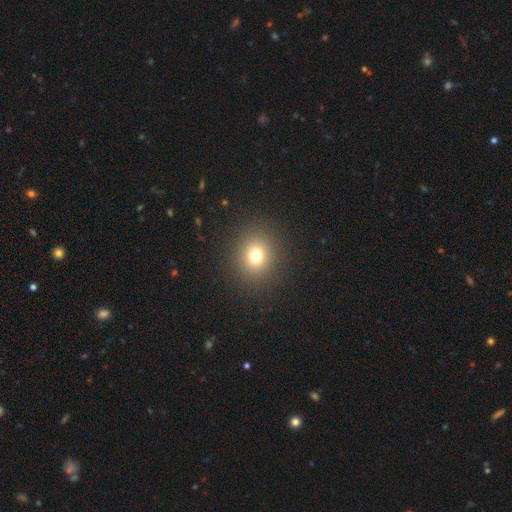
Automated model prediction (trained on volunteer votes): This is likely a smooth galaxy (75%). How rounded: clearly round (81%). Merging: clearly none (89%).